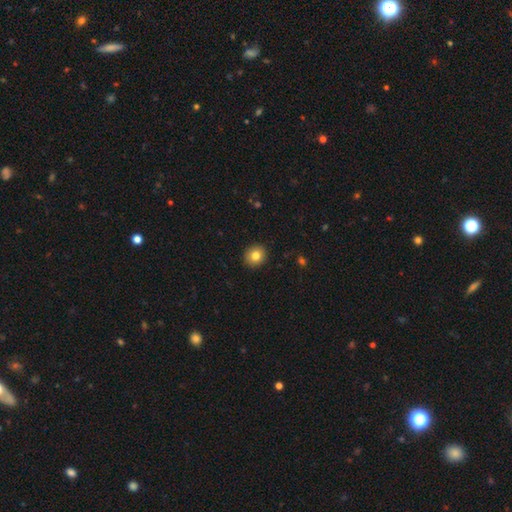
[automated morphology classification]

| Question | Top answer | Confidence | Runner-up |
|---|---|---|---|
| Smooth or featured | smooth | 82% | star or artifact (10%) |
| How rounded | round | 85% | in between (14%) |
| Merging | none | 92% | minor disturbance (6%) |